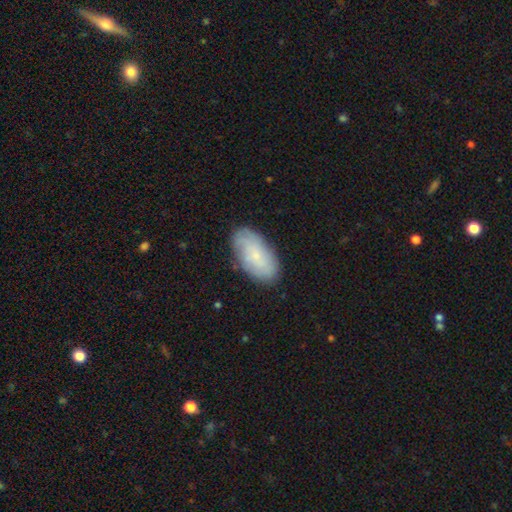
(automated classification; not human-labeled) Smooth or featured?
  - smooth: 57% *
  - featured or disk: 36%
  - star or artifact: 7%
How rounded?
  - in between: 93% *
  - cigar-shaped: 4%
  - round: 3%
Merging?
  - none: 81% *
  - minor disturbance: 15%
  - major disturbance: 3%
  - merger: 1%